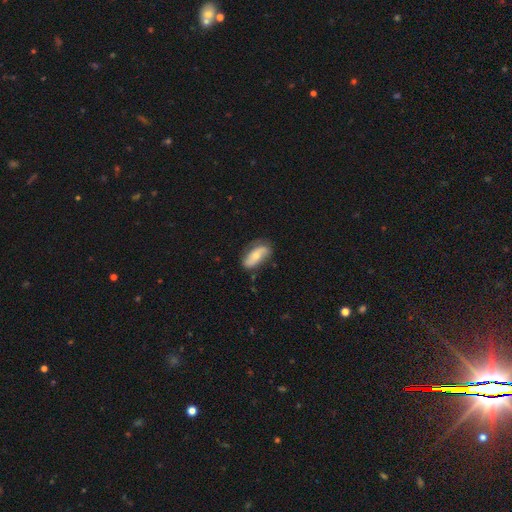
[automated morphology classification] A featured or disk galaxy (49%).

Vote fractions:
- Smooth or featured? featured or disk: 49% / smooth: 45% / star or artifact: 7%
- Merging? none: 66% / minor disturbance: 24% / major disturbance: 7% / merger: 2%